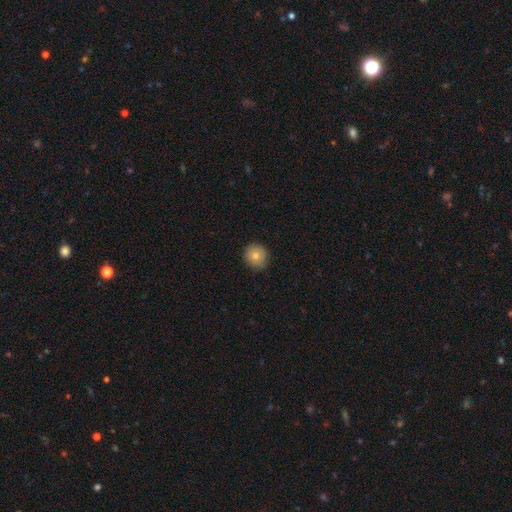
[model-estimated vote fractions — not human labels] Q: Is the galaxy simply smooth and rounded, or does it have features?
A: smooth — 80%.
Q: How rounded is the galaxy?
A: round — 91%.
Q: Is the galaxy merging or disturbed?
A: none — 87%.